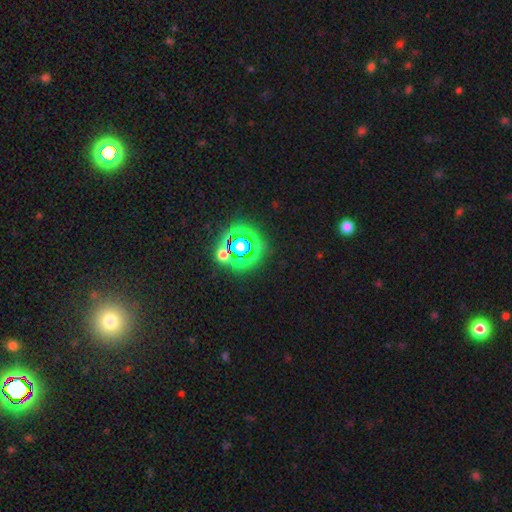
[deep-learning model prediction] Q: Smooth or featured?
A: star or artifact (73%); runner-up: smooth (19%)